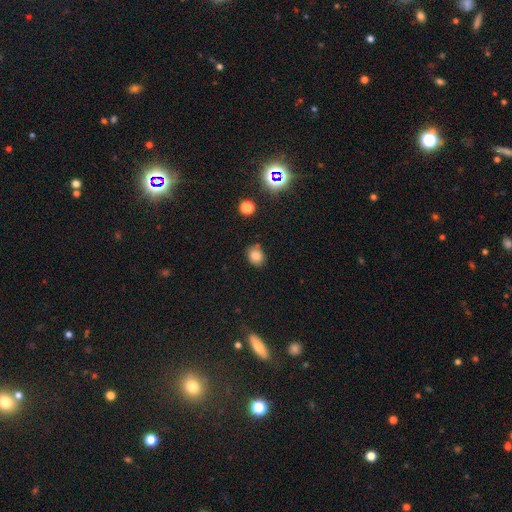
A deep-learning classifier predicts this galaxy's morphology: Smooth or featured? smooth (82%)
How rounded? round (52%)
Merging? none (78%)